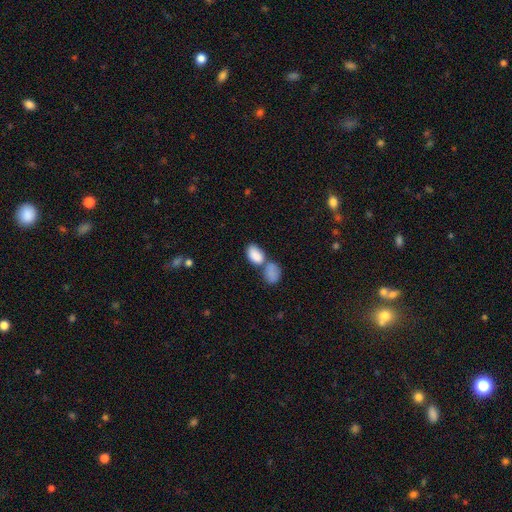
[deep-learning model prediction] Smooth or featured? Predicted: smooth (p=0.87). How rounded? Predicted: in between (p=0.93). Merging? Predicted: merger (p=0.55).